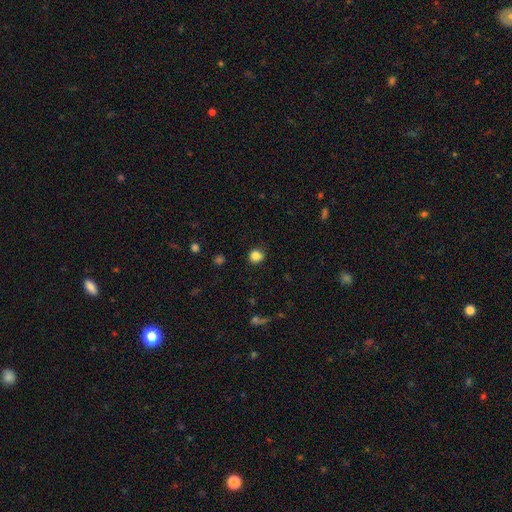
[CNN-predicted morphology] type=smooth (85%); roundness=round (82%); merging=none (86%).